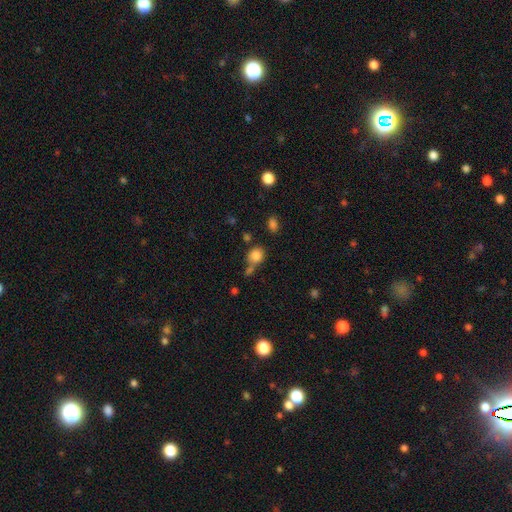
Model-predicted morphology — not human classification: A smooth galaxy with no disk features (83%) that is round (70%). Merging: none (53%).